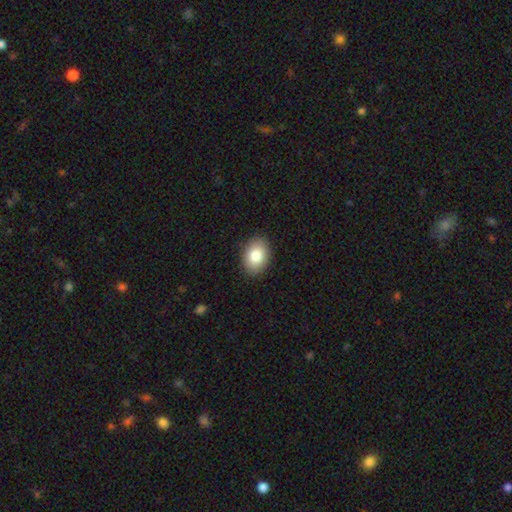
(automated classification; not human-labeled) This is clearly a smooth galaxy (84%). How rounded: likely in between (78%). Merging: clearly none (89%).